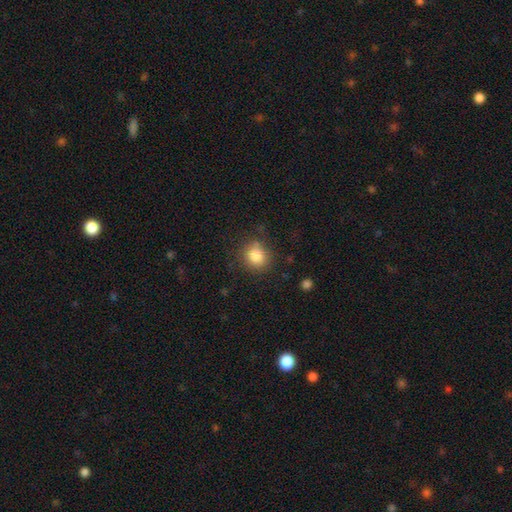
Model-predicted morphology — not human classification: A smooth galaxy with no disk features (84%) that is round (78%). Merging: none (79%).